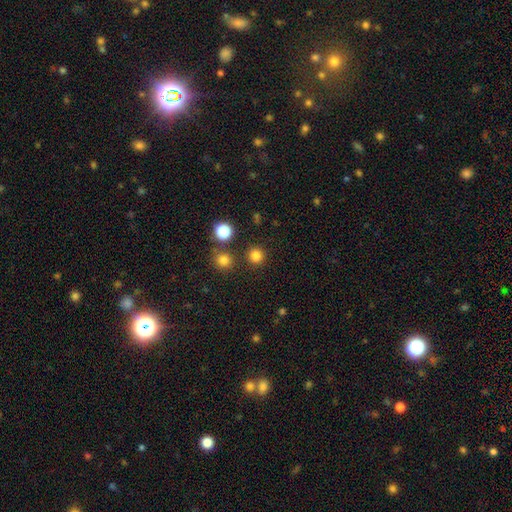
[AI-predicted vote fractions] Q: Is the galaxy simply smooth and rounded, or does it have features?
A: smooth — 81%.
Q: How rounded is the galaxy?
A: round — 94%.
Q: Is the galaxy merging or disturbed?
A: none — 88%.